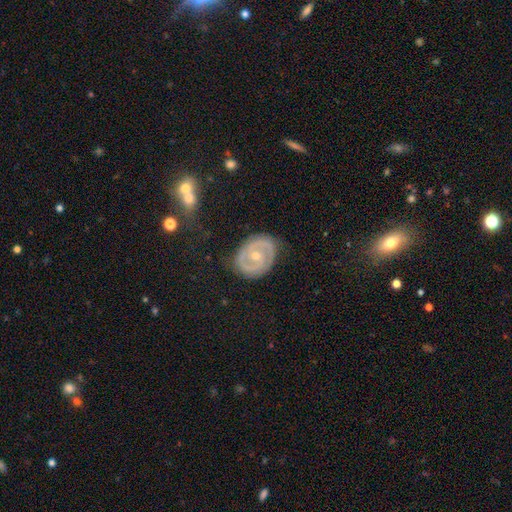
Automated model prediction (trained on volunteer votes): featured or disk 83%, smooth 11%, star or artifact 6%. Down the decision tree: edge-on disk — no (97%); bar — no (56%); spiral arms — yes (87%); spiral arm count — 2 (83%); spiral winding — tight (56%); bulge size — small (52%); merging — none (82%).